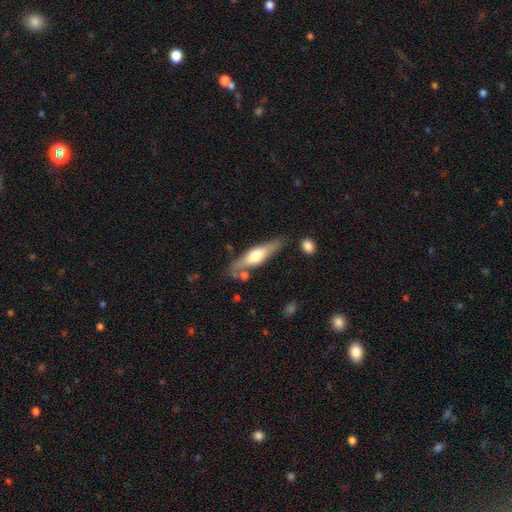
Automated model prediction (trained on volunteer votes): A featured or disk galaxy (54%) viewed edge-on (91%). Merging: none (75%).